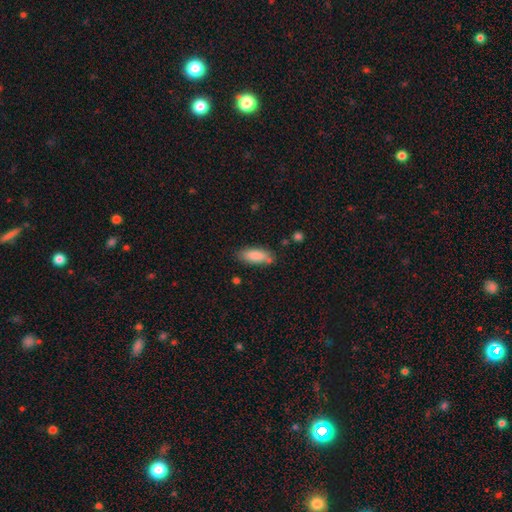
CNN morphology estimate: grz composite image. It shows a smooth galaxy with no disk features (87%) that is in between round and cigar-shaped (73%). Merging: none (75%).